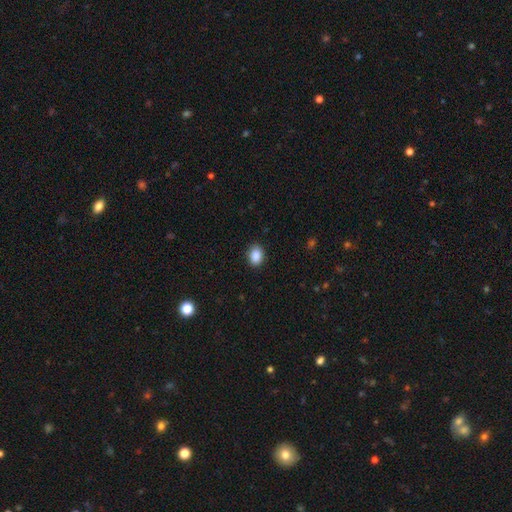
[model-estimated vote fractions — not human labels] smooth 88%, star or artifact 8%, featured or disk 4%. Down the decision tree: how rounded — in between (66%); merging — none (88%).